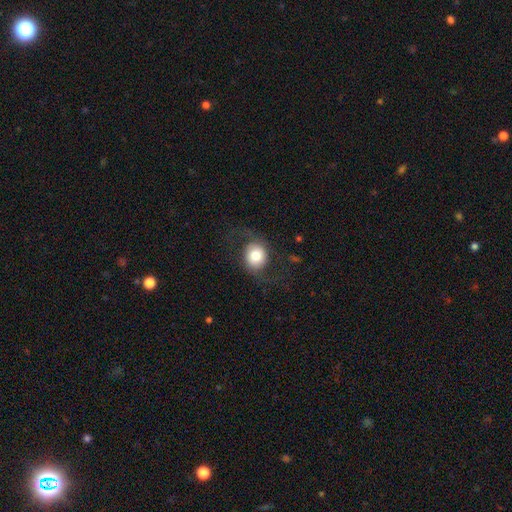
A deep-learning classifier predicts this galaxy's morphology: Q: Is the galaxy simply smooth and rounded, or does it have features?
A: smooth — 56%.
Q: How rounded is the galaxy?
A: round — 75%.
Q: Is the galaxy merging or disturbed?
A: none — 66%.